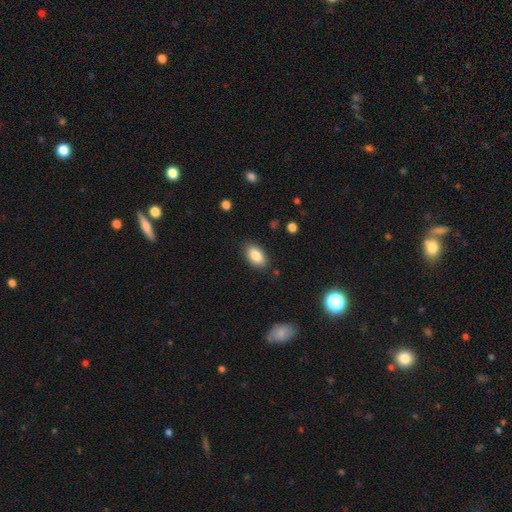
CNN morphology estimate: Overall: smooth (85%). How rounded: in between (92%). Merging: none (87%).